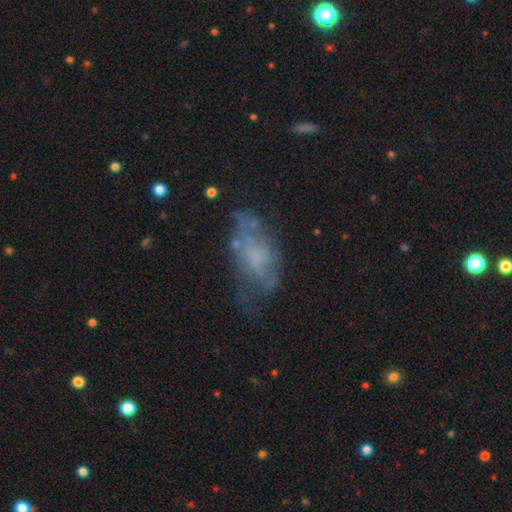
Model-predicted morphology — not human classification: Smooth or featured: featured or disk — 50% (smooth — 39%)
Edge-on disk: no — 91% (yes — 9%)
Merging: none — 44% (minor disturbance — 27%)